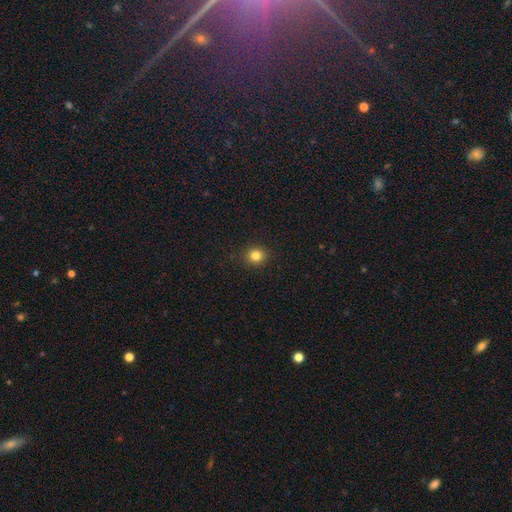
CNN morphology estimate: This appears to be a smooth galaxy with no disk features (82%) that is round (84%). Merging: none (91%).